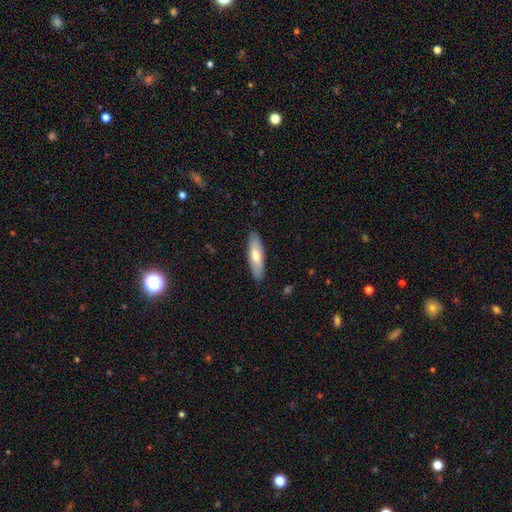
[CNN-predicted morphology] type=smooth (67%); roundness=cigar-shaped (53%); merging=none (89%).